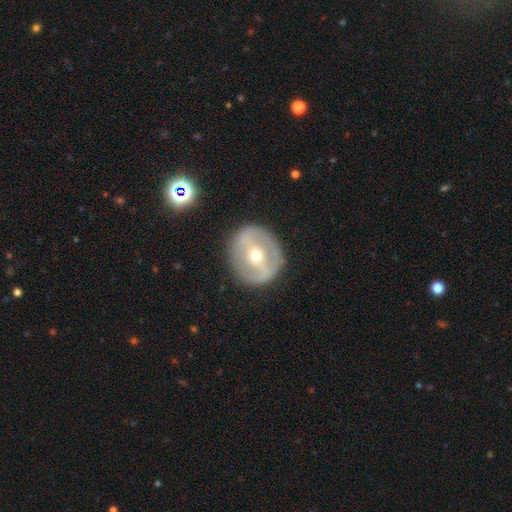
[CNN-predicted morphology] type=featured or disk (68%); edge-on=no (94%); bar=strong (45%); spiral arms=no (62%); bulge=moderate (57%); merging=none (84%).